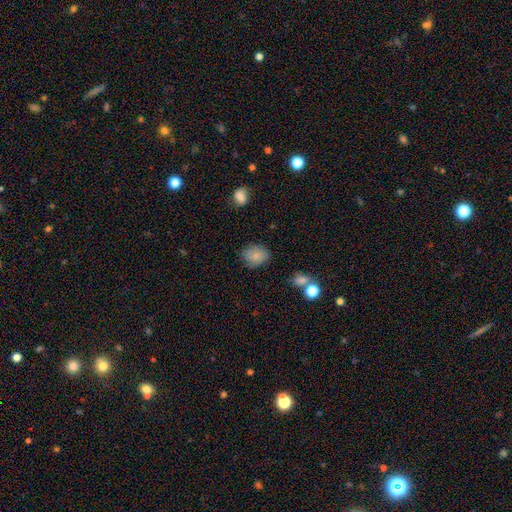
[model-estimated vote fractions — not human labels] smooth_or_featured: smooth (p=0.78) [alt: featured or disk p=0.13]
how_rounded: in between (p=0.60) [alt: round p=0.39]
merging: none (p=0.76) [alt: minor disturbance p=0.17]